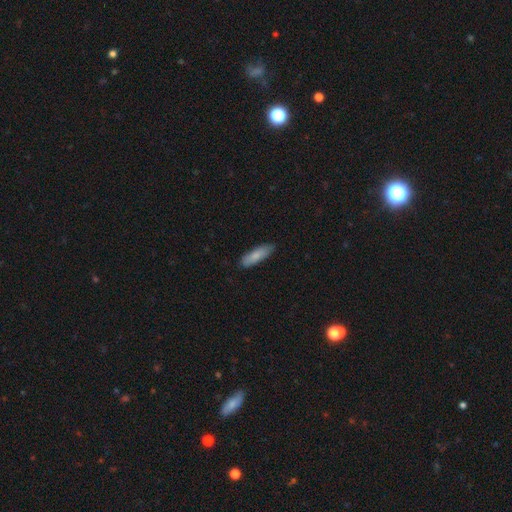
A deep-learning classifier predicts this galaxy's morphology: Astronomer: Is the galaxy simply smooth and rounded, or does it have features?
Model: smooth — 81%.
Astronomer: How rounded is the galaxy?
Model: cigar-shaped — 52% (runner-up: in between, 47%).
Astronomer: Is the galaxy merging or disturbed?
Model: none — 82%.